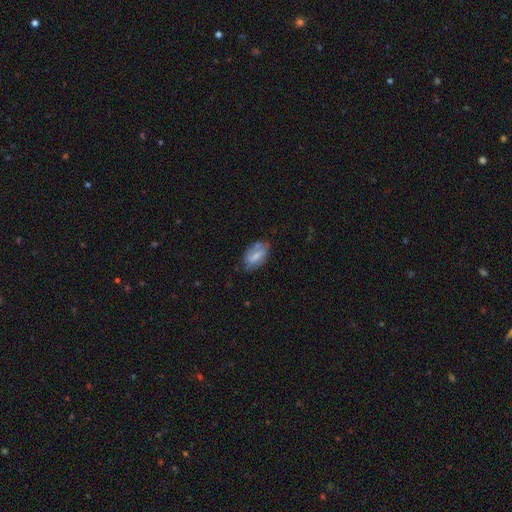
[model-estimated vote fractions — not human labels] Smooth or featured: smooth — 57% (featured or disk — 36%)
How rounded: in between — 90% (round — 5%)
Merging: none — 61% (minor disturbance — 28%)